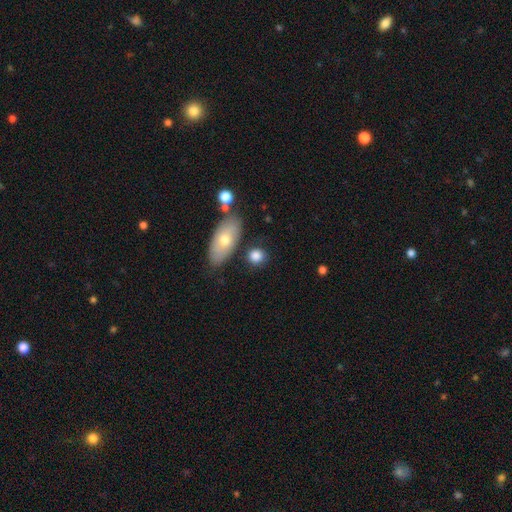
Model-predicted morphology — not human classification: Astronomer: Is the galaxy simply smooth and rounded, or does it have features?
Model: smooth — 81%.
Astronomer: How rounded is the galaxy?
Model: round — 62%.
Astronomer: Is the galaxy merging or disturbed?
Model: none — 75%.